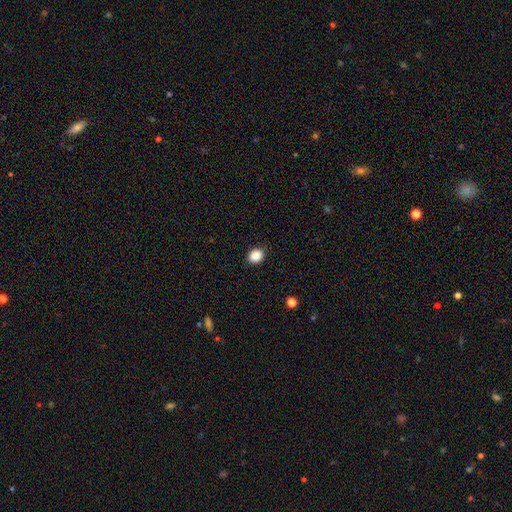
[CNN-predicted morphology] Overall: smooth (88%). How rounded: round (59%; in between 41%). Merging: none (90%).